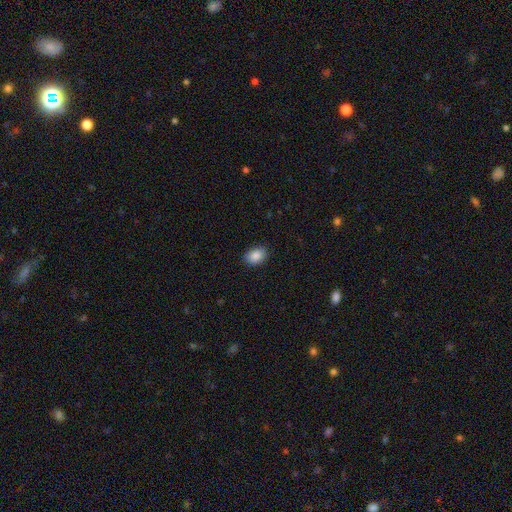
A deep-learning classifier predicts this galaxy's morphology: Smooth or featured?
  - smooth: 88% *
  - star or artifact: 8%
  - featured or disk: 4%
How rounded?
  - in between: 81% *
  - round: 18%
  - cigar-shaped: 1%
Merging?
  - none: 87% *
  - minor disturbance: 10%
  - major disturbance: 2%
  - merger: 1%